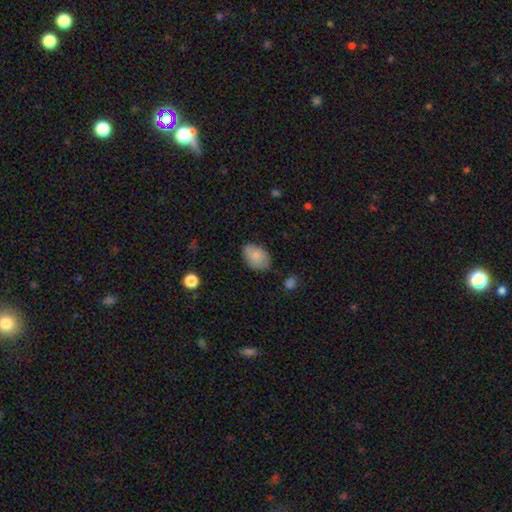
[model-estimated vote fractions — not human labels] Overall: smooth (81%). How rounded: in between (86%). Merging: none (75%).